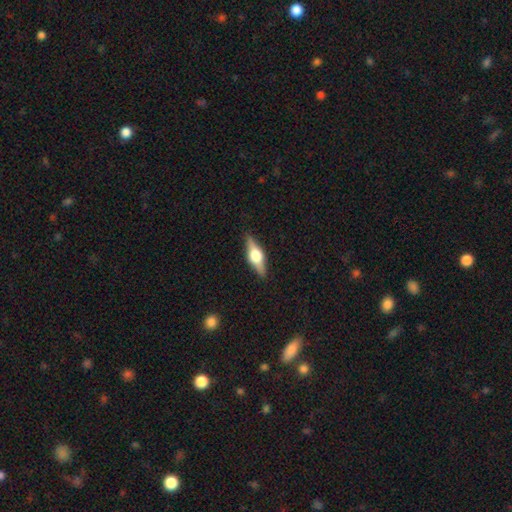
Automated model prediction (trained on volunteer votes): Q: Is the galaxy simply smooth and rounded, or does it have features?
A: featured or disk — 66%.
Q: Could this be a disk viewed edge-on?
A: yes — 96%.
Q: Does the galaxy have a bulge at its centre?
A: rounded — 94%.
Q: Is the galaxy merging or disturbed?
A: none — 89%.